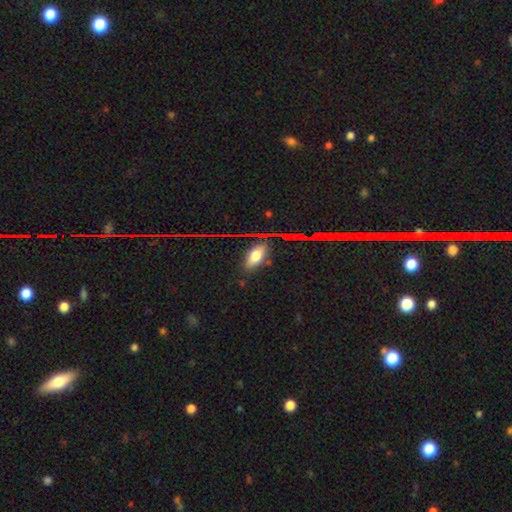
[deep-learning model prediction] Smooth or featured? Predicted: smooth (p=0.69). How rounded? Predicted: in between (p=0.84). Merging? Predicted: none (p=0.78).